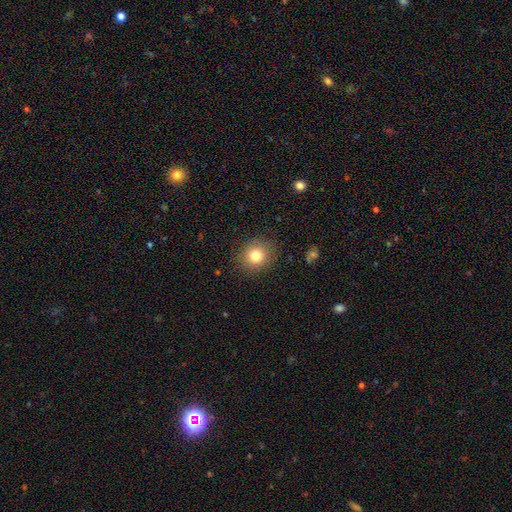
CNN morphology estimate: Smooth or featured: smooth — 79% (star or artifact — 12%)
How rounded: round — 80% (in between — 19%)
Merging: none — 87% (minor disturbance — 9%)